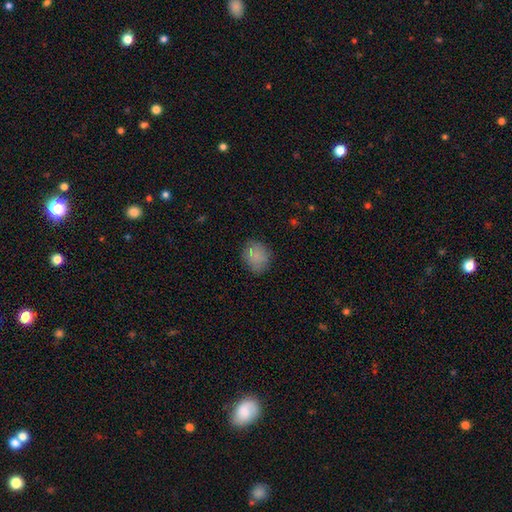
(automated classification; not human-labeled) This is clearly a smooth galaxy (80%). How rounded: likely round (65%). Merging: clearly none (80%).